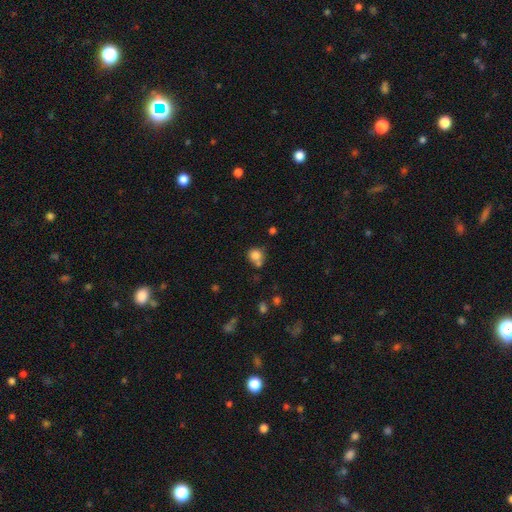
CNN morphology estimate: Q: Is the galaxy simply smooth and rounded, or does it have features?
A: smooth — 81%.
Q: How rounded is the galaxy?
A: round — 81%.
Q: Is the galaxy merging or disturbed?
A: none — 54%.